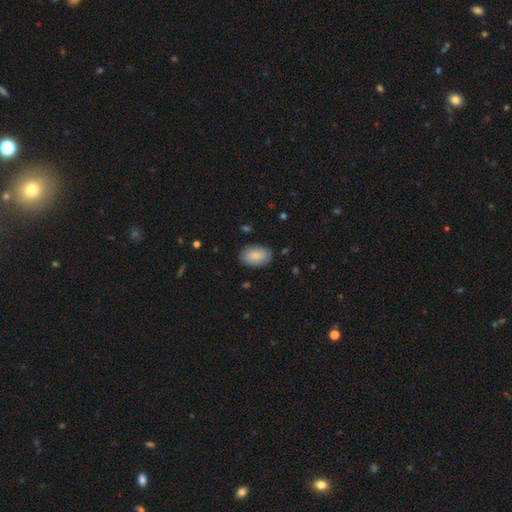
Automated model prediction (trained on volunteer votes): A smooth galaxy with no disk features (86%) that is in between round and cigar-shaped (91%). Merging: none (84%).